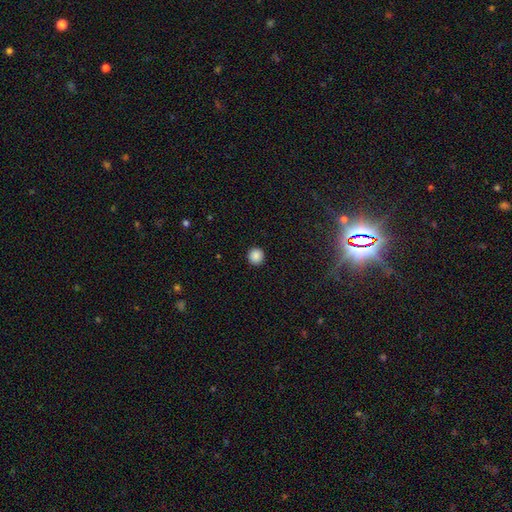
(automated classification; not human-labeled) Smooth or featured? smooth (88%)
How rounded? round (95%)
Merging? none (93%)